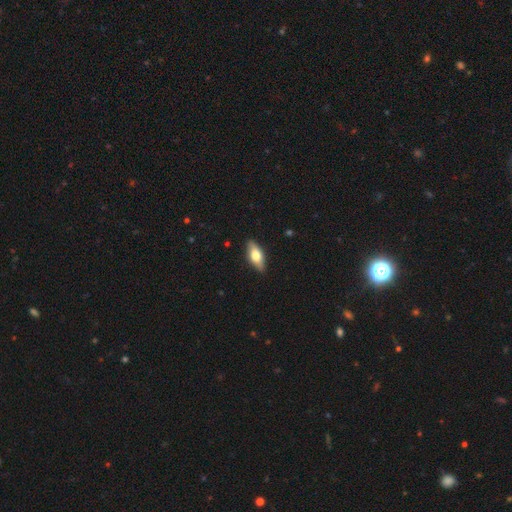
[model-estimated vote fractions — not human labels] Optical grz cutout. It shows a smooth galaxy with no disk features (60%) that is in between round and cigar-shaped (78%). Merging: none (88%).